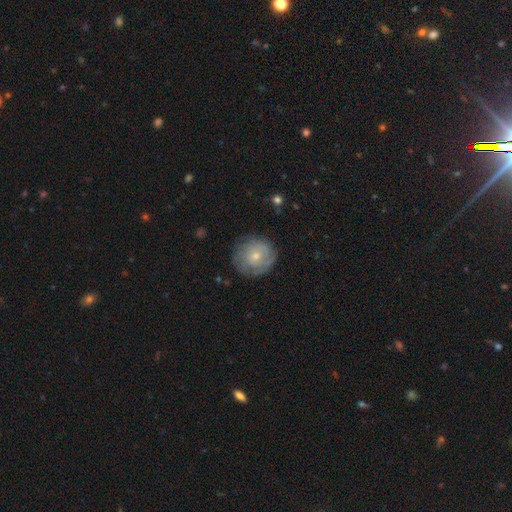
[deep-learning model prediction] Smooth or featured?
  - smooth: 54% *
  - featured or disk: 39%
  - star or artifact: 7%
How rounded?
  - round: 89% *
  - in between: 10%
  - cigar-shaped: 1%
Merging?
  - none: 76% *
  - minor disturbance: 17%
  - major disturbance: 6%
  - merger: 1%